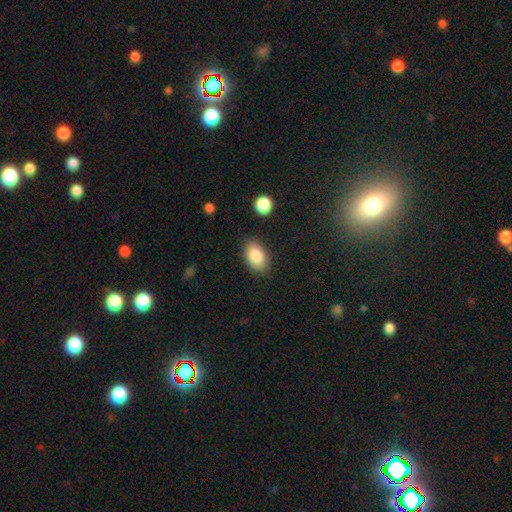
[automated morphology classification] Q: Smooth or featured?
A: smooth (85%); runner-up: featured or disk (8%)
Q: How rounded?
A: in between (91%); runner-up: round (7%)
Q: Merging?
A: none (82%); runner-up: minor disturbance (13%)